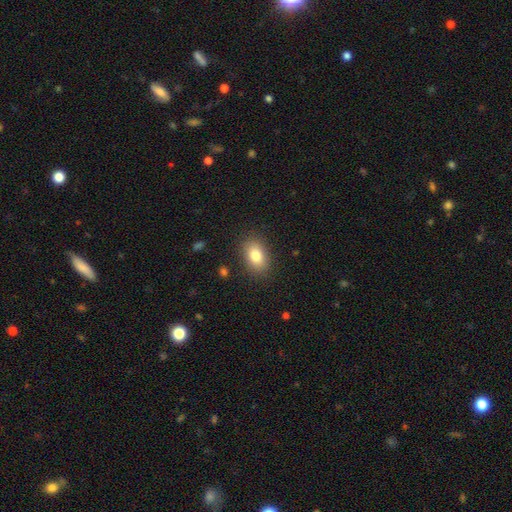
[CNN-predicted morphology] This is clearly a smooth galaxy (82%). How rounded: clearly in between (83%). Merging: clearly none (86%).